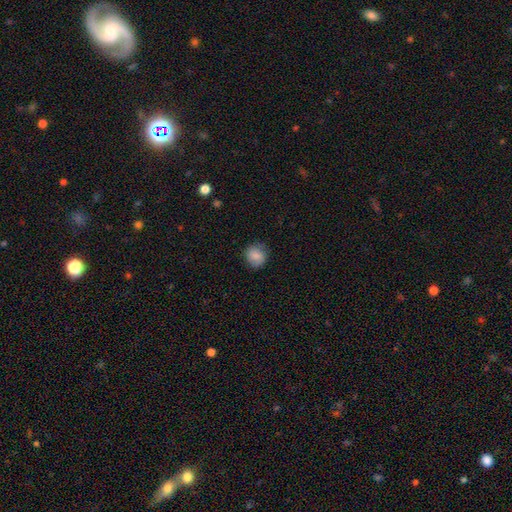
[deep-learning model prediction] Smooth or featured?
  - smooth: 82% *
  - featured or disk: 10%
  - star or artifact: 8%
How rounded?
  - round: 82% *
  - in between: 18%
  - cigar-shaped: 1%
Merging?
  - none: 83% *
  - minor disturbance: 13%
  - major disturbance: 3%
  - merger: 1%